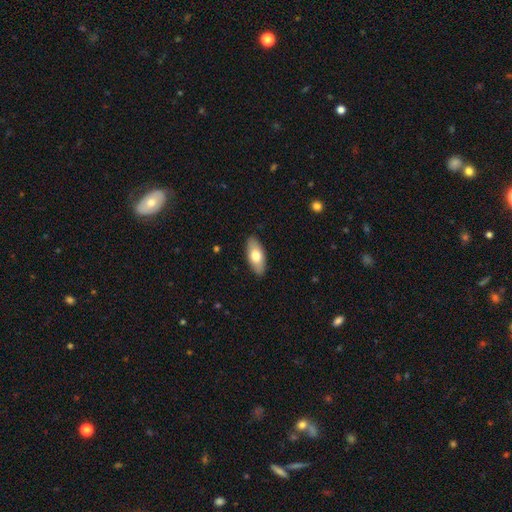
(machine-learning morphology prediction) Smooth or featured?
  - smooth: 72% *
  - featured or disk: 22%
  - star or artifact: 6%
How rounded?
  - in between: 88% *
  - cigar-shaped: 9%
  - round: 3%
Merging?
  - none: 89% *
  - minor disturbance: 9%
  - major disturbance: 2%
  - merger: 1%